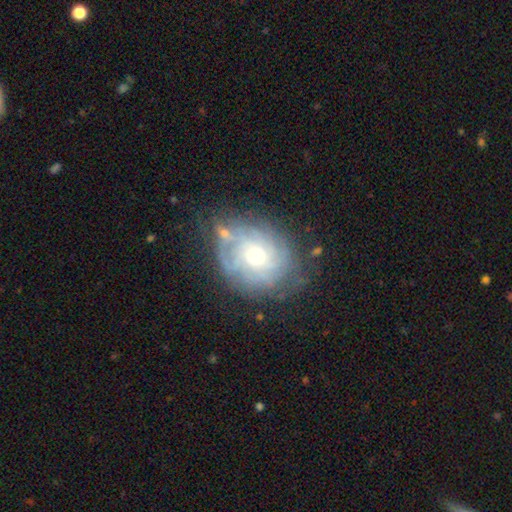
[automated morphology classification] Overall: featured or disk (75%). Edge-on disk: no (97%). Bar: no (78%). Spiral arms: yes (89%). Spiral arm count: can't tell (45%; 4 17%). Spiral winding: tight (67%). Bulge size: small (53%; moderate 41%). Merging: none (67%).